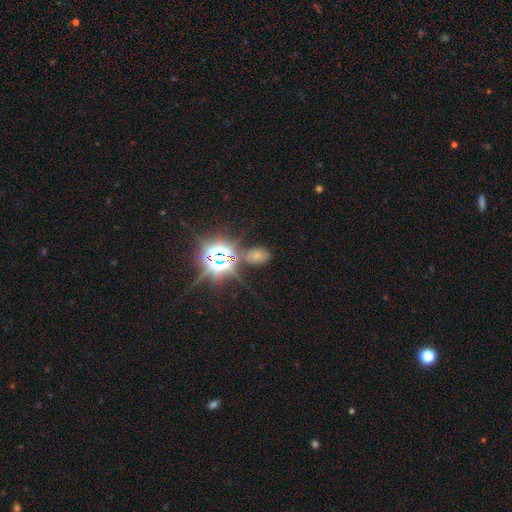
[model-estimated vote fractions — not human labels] smooth_or_featured: star or artifact (p=0.48) [alt: smooth p=0.41]